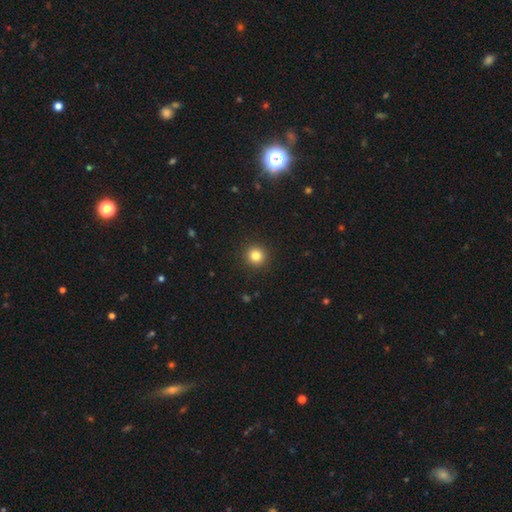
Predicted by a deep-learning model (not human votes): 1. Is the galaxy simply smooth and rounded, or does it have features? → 83% smooth, 12% star or artifact, 5% featured or disk.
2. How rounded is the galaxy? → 94% round, 5% in between, 1% cigar-shaped.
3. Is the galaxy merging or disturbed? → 92% none, 5% minor disturbance, 2% major disturbance, 1% merger.